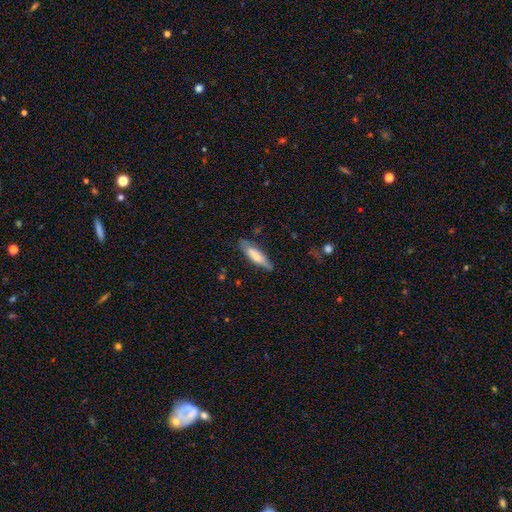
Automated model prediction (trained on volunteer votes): Overall: smooth (70%). How rounded: cigar-shaped (69%; in between 29%). Merging: none (78%).